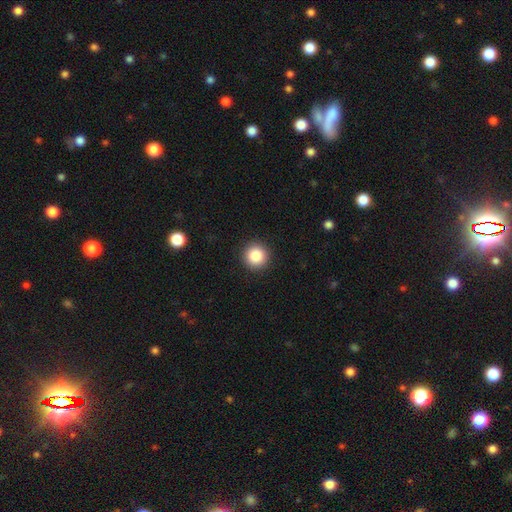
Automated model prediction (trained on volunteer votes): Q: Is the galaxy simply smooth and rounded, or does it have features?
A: smooth — 85%.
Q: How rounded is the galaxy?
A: round — 96%.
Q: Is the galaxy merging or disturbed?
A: none — 93%.